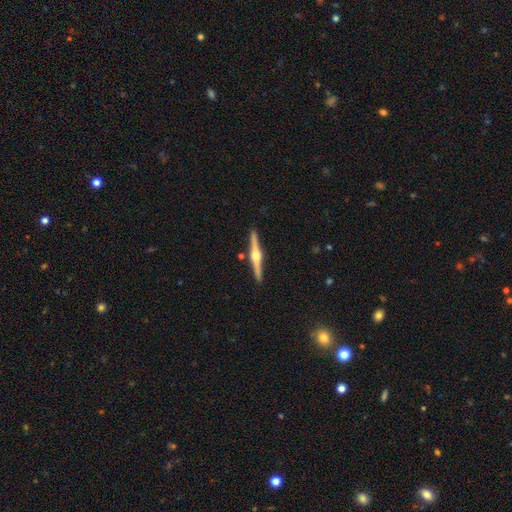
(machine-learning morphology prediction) smooth-or-featured: featured or disk: 84% | smooth: 11% | star or artifact: 5%
  disk-edge-on: yes: 99% | no: 1%
    edge-on-bulge: rounded: 94% | boxy: 4% | none: 2%
  merging: none: 91% | minor disturbance: 6% | merger: 2% | major disturbance: 1%